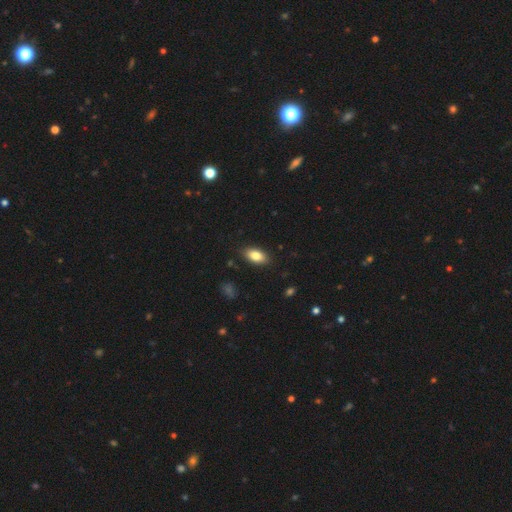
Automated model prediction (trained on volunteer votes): smooth-or-featured: smooth: 82% | featured or disk: 10% | star or artifact: 8%
  how-rounded: in between: 90% | round: 5% | cigar-shaped: 5%
  merging: none: 87% | minor disturbance: 10% | major disturbance: 2% | merger: 1%